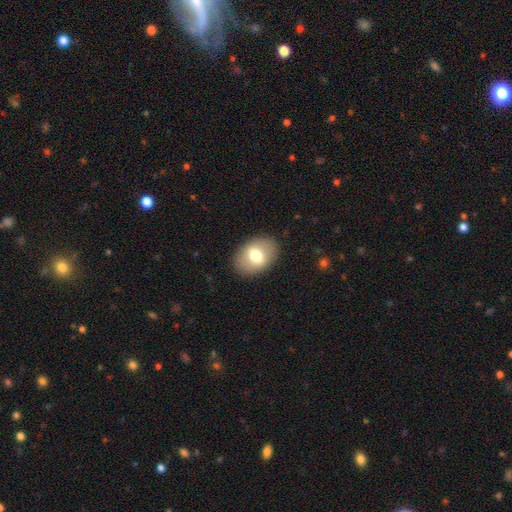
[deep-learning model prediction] Smooth or featured? Predicted: smooth (p=0.67). How rounded? Predicted: in between (p=0.80). Merging? Predicted: none (p=0.87).